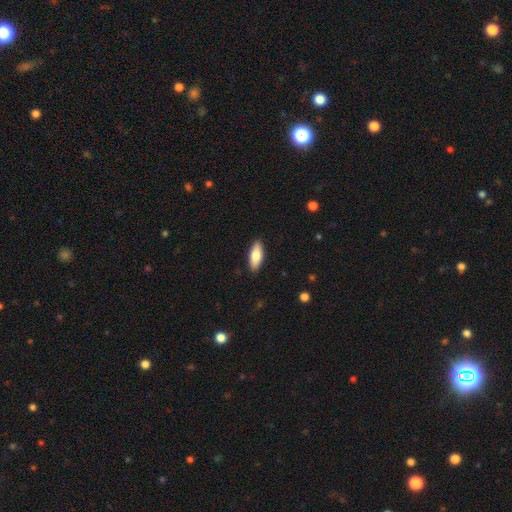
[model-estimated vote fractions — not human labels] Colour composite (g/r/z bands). It shows a smooth galaxy with no disk features (74%) that is in between round and cigar-shaped (68%). Merging: none (89%).